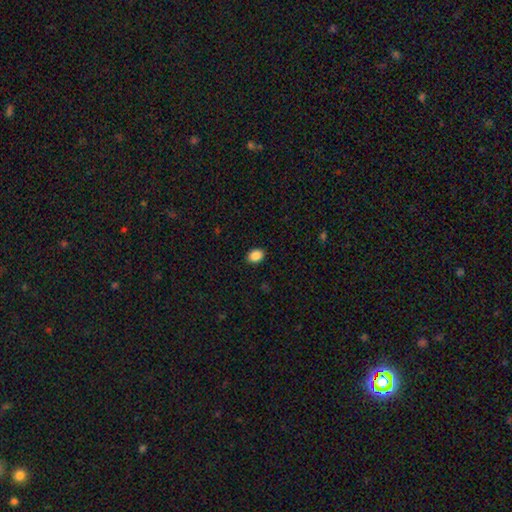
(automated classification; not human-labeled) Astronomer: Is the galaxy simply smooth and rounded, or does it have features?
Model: smooth — 88%.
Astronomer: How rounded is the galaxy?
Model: in between — 75%.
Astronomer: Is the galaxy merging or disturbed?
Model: none — 90%.